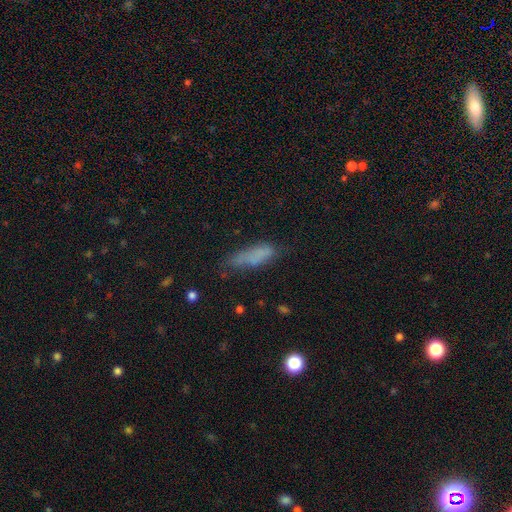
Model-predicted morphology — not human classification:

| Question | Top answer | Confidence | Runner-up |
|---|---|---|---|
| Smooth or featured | smooth | 70% | featured or disk (19%) |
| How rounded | cigar-shaped | 51% | in between (46%) |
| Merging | none | 48% | minor disturbance (30%) |